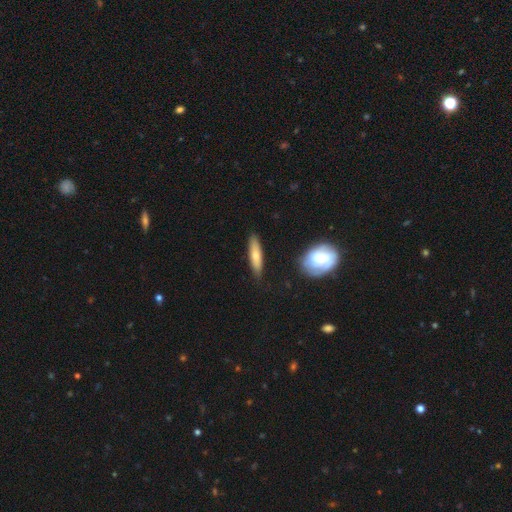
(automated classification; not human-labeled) Smooth or featured: smooth — 68% (featured or disk — 27%)
How rounded: cigar-shaped — 75% (in between — 23%)
Merging: none — 84% (minor disturbance — 11%)